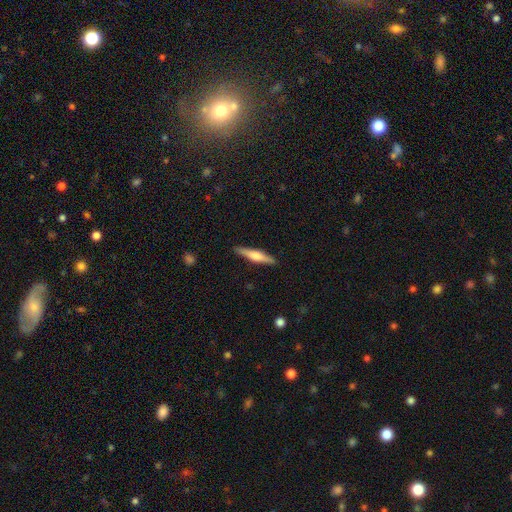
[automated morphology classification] A featured or disk galaxy (53%) viewed edge-on (97%) with a rounded central bulge (81%). Merging: none (90%).